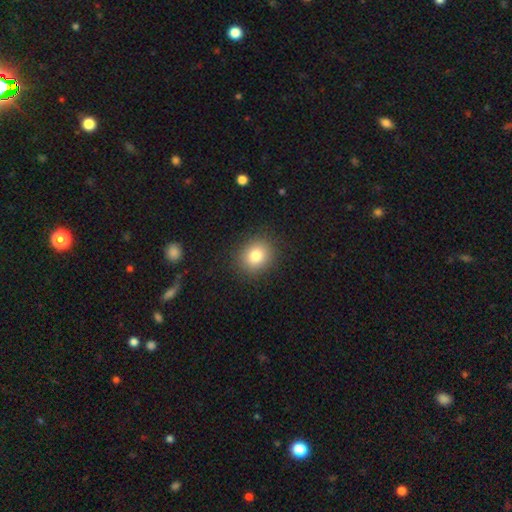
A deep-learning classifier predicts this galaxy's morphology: A smooth galaxy with no disk features (80%) that is round (71%). Merging: none (89%).